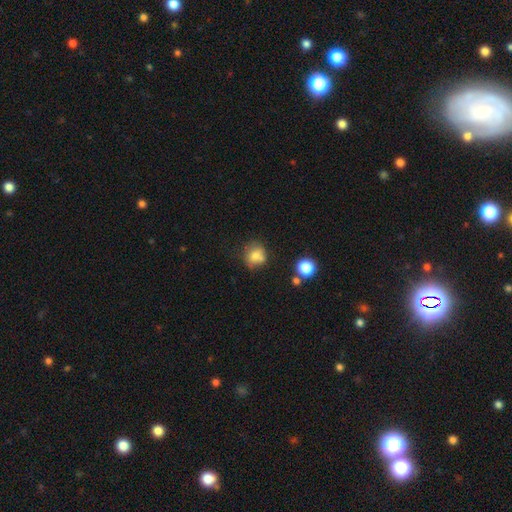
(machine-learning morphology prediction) smooth_or_featured: smooth (p=0.74) [alt: featured or disk p=0.14]
how_rounded: round (p=0.74) [alt: in between p=0.25]
merging: none (p=0.57) [alt: minor disturbance p=0.21]